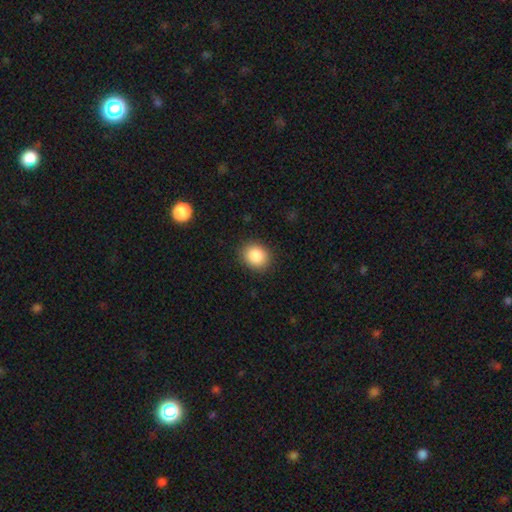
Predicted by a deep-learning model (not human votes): smooth 86%, star or artifact 9%, featured or disk 5%. Down the decision tree: how rounded — round (72%); merging — none (89%).